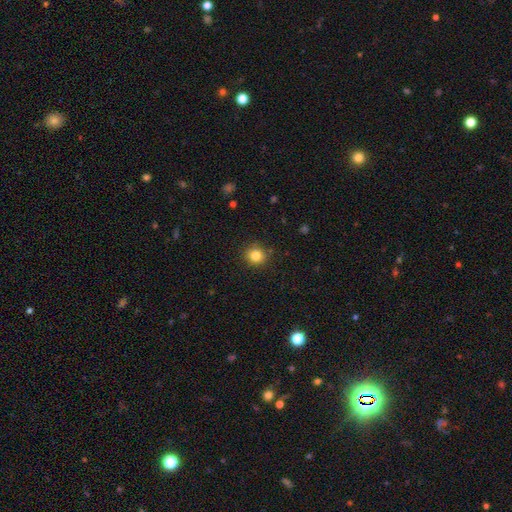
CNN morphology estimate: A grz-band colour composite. It shows a smooth galaxy with no disk features (83%) that is round (89%). Merging: none (89%).